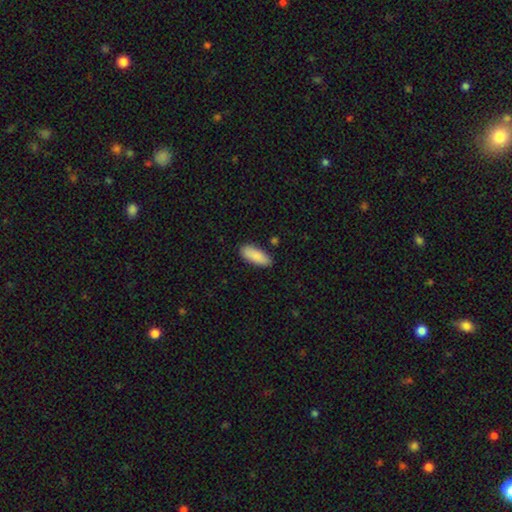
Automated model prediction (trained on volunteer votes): The model was most divided on "how rounded": in between: 76%, cigar-shaped: 23%, round: 2%. More confident: smooth or featured — smooth (88%); merging — none (85%).